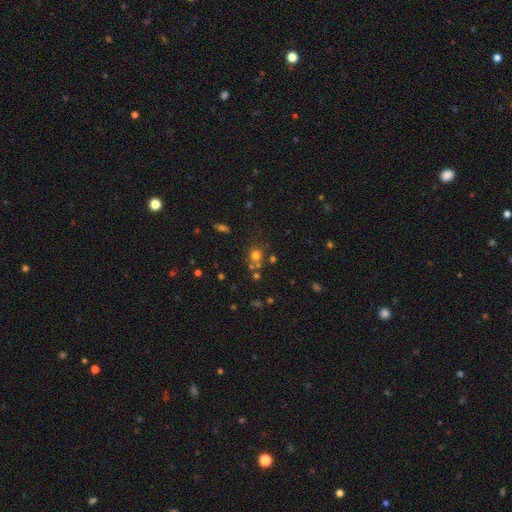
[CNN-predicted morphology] smooth 65%, star or artifact 24%, featured or disk 12%. Down the decision tree: how rounded — round (85%); merging — none (62%).